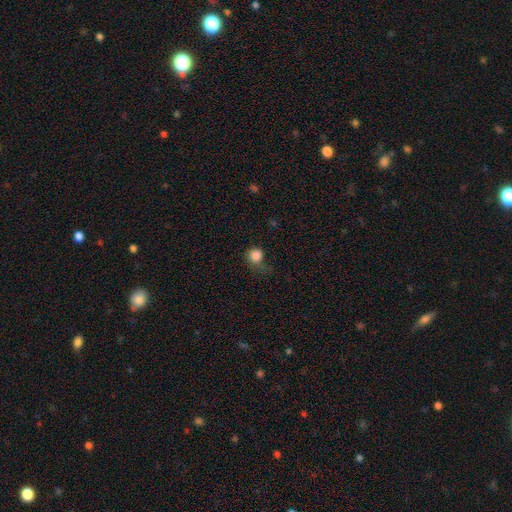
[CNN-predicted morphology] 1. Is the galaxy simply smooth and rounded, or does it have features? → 83% smooth, 10% star or artifact, 7% featured or disk.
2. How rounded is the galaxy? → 84% round, 15% in between, 1% cigar-shaped.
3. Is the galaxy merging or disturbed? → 43% none, 27% minor disturbance, 27% major disturbance, 3% merger.